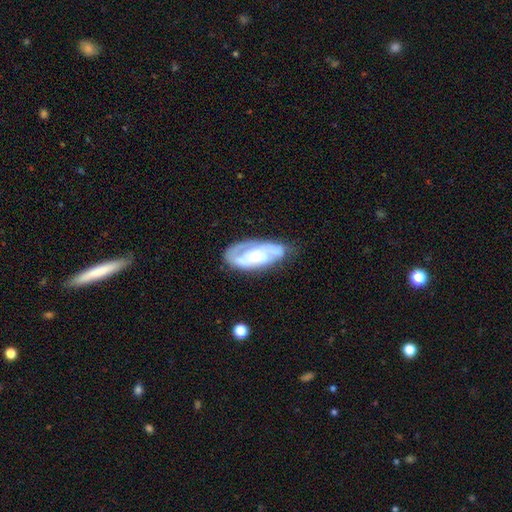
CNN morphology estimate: This is likely a featured or disk galaxy (69%). It is clearly not viewed edge-on (92%). Bar: likely no (65%). Spiral arm pattern: clearly yes (82%). Spiral arm count: marginally 2 (42%). Spiral winding: possibly tight (53%). Central bulge: marginally small (44%). Merging: likely none (61%).